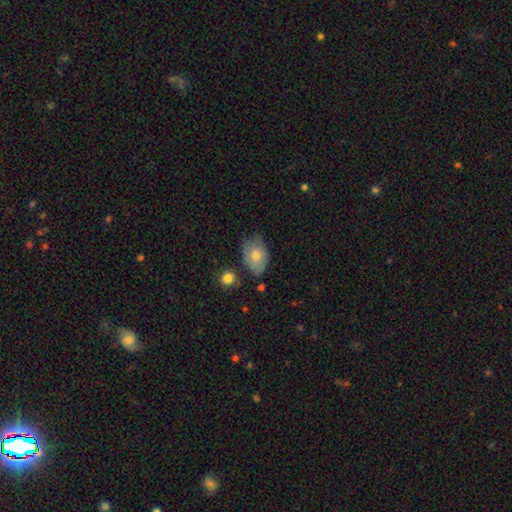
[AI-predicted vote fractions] Smooth or featured? smooth (71%)
How rounded? in between (81%)
Merging? none (63%)